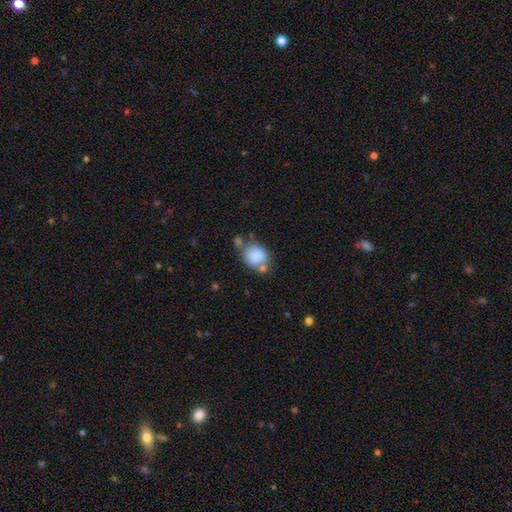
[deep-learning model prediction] smooth 82%, featured or disk 10%, star or artifact 8%. Down the decision tree: how rounded — round (55%); merging — none (47%).